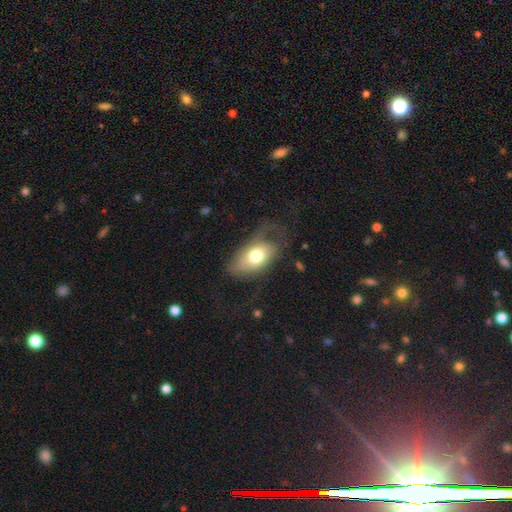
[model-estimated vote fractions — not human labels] Smooth or featured?
  - smooth: 66% *
  - featured or disk: 27%
  - star or artifact: 7%
How rounded?
  - in between: 89% *
  - round: 8%
  - cigar-shaped: 3%
Merging?
  - none: 41% *
  - major disturbance: 31%
  - minor disturbance: 26%
  - merger: 2%